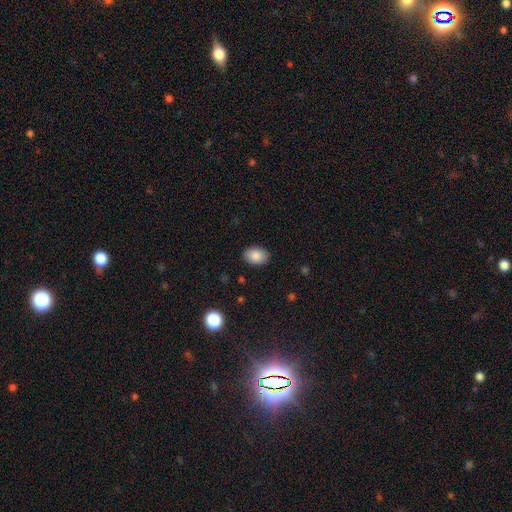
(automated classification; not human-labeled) A smooth galaxy with no disk features (88%) that is in between round and cigar-shaped (83%).

Vote fractions:
- Smooth or featured? smooth: 88% / star or artifact: 7% / featured or disk: 5%
- How rounded? in between: 83% / round: 16% / cigar-shaped: 1%
- Merging? none: 88% / minor disturbance: 9% / major disturbance: 2% / merger: 1%